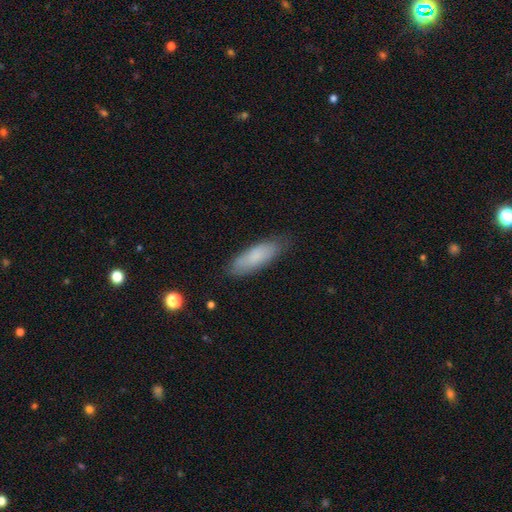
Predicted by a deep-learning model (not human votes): smooth-or-featured: smooth: 78% | featured or disk: 15% | star or artifact: 7%
  how-rounded: in between: 51% | cigar-shaped: 47% | round: 2%
  merging: none: 81% | minor disturbance: 15% | major disturbance: 3% | merger: 1%